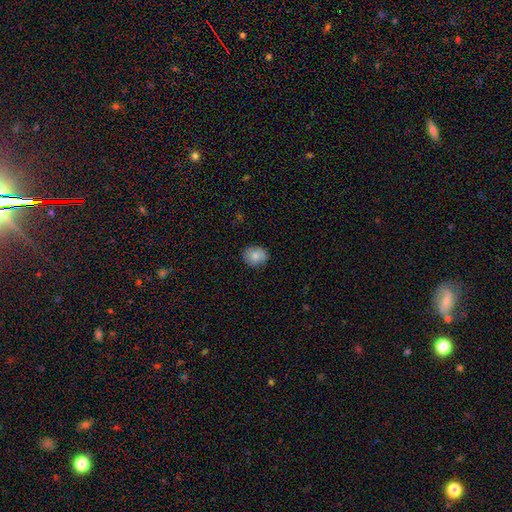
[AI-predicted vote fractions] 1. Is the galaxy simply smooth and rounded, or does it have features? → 84% smooth, 8% star or artifact, 7% featured or disk.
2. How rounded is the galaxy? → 53% round, 46% in between, 1% cigar-shaped.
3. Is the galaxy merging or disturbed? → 84% none, 13% minor disturbance, 2% major disturbance, 1% merger.